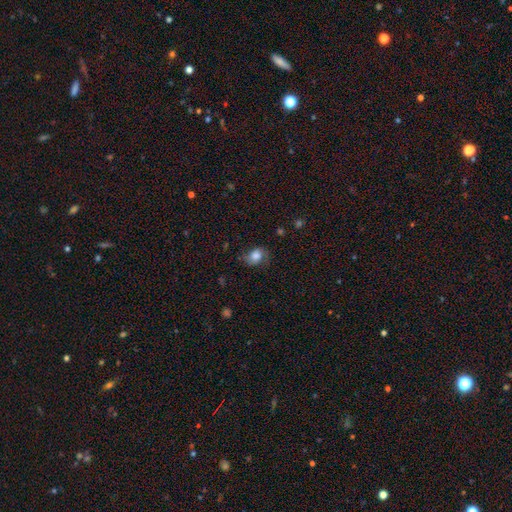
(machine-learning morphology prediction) A smooth galaxy with no disk features (73%) that is in between round and cigar-shaped (58%). Merging: none (61%).